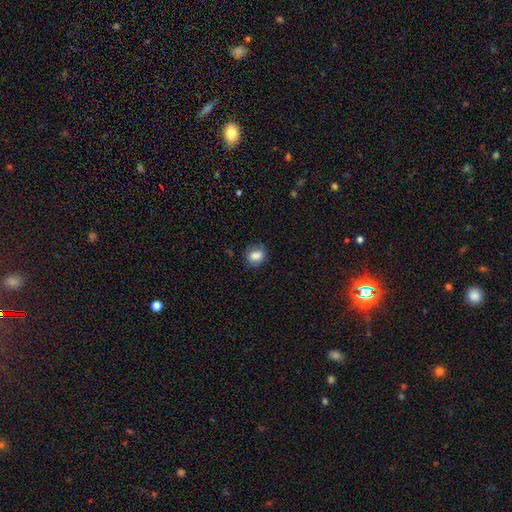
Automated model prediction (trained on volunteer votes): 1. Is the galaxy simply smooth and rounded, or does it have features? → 83% smooth, 9% star or artifact, 8% featured or disk.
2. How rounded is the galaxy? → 56% in between, 42% round, 2% cigar-shaped.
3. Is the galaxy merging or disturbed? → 79% none, 15% minor disturbance, 4% major disturbance, 1% merger.